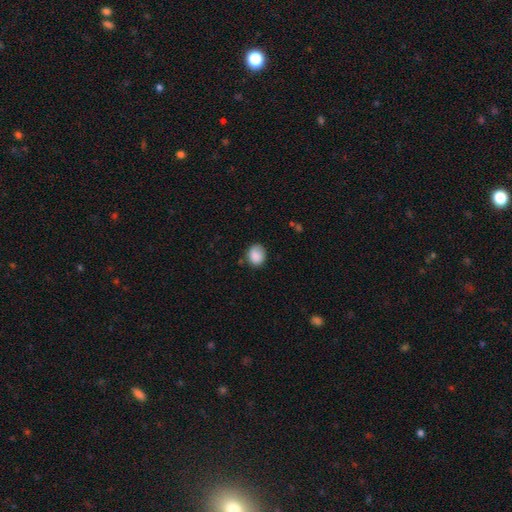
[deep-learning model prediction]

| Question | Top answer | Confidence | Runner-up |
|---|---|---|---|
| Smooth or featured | smooth | 87% | star or artifact (8%) |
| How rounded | round | 64% | in between (35%) |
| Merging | none | 72% | minor disturbance (22%) |